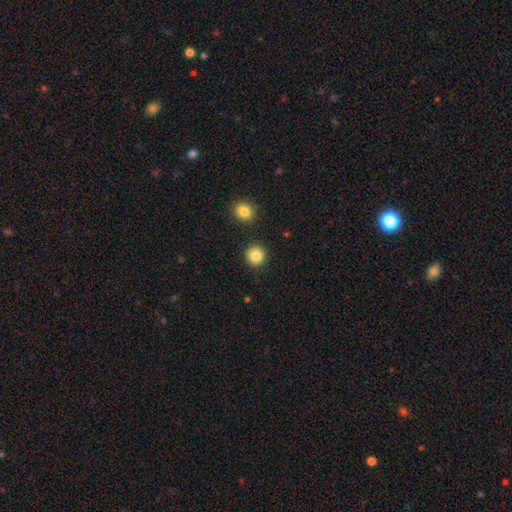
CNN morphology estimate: The model was most divided on "smooth or featured": smooth: 86%, star or artifact: 9%, featured or disk: 4%. More confident: how rounded — round (94%); merging — none (90%).